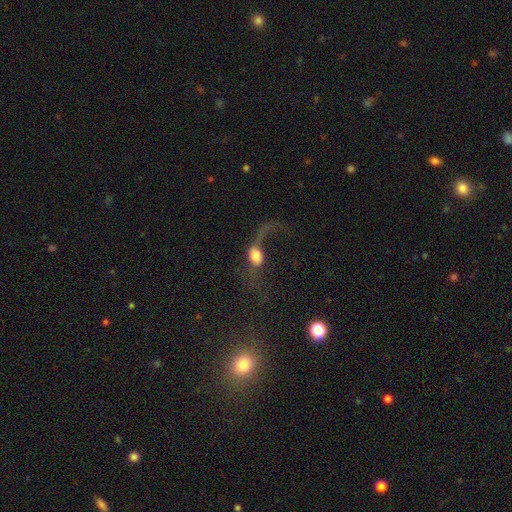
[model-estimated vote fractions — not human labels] smooth_or_featured: smooth (p=0.49) [alt: featured or disk p=0.40]
merging: major disturbance (p=0.63) [alt: none p=0.18]